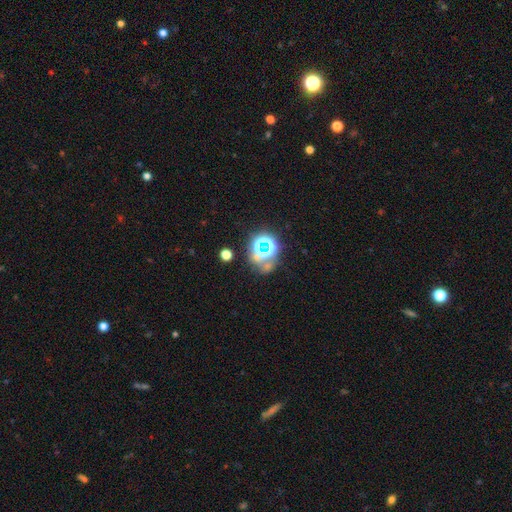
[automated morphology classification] This appears to be a star or artifact, not a galaxy (63%).